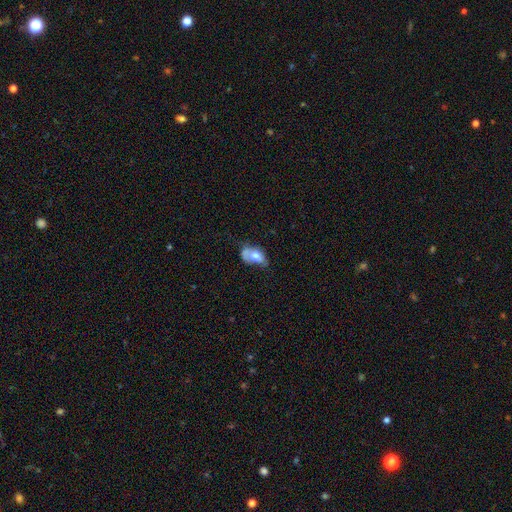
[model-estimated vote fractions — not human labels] Morphology: type=smooth (59%); roundness=in between (85%); merging=minor disturbance (32%).